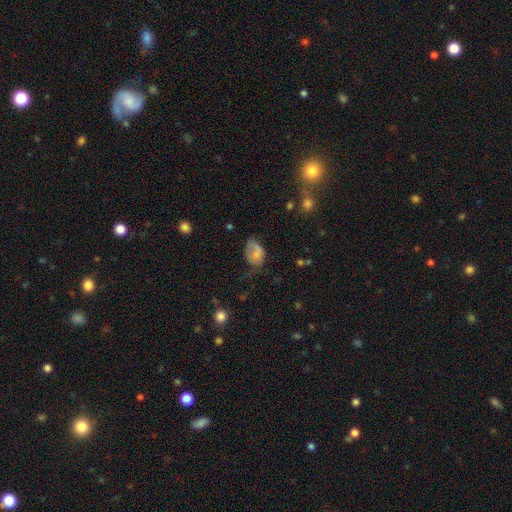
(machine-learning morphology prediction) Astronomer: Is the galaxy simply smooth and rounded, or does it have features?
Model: smooth — 63%.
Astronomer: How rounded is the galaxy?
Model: in between — 80%.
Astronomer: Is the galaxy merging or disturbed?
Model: minor disturbance — 34% (runner-up: none, 33%).